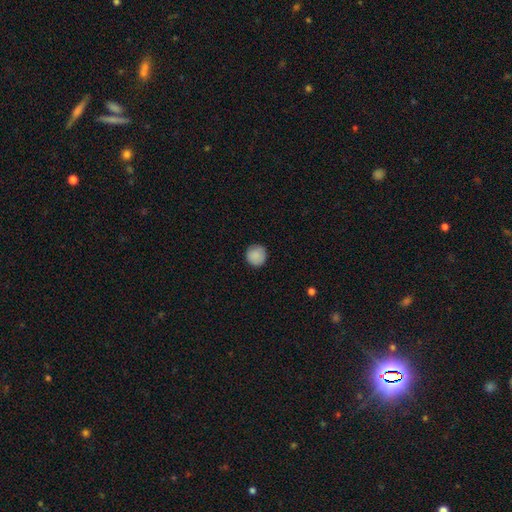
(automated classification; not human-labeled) This appears to be a smooth galaxy with no disk features (89%) that is round (95%). Merging: none (90%).